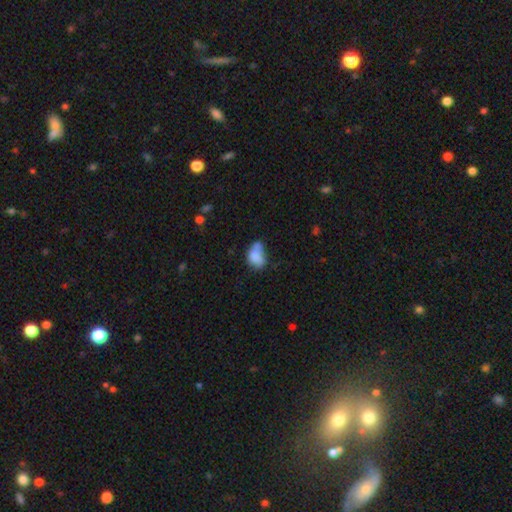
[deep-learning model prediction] smooth-or-featured: smooth: 77% | featured or disk: 13% | star or artifact: 10%
  how-rounded: in between: 74% | round: 24% | cigar-shaped: 1%
  merging: merger: 31% | none: 29% | minor disturbance: 27% | major disturbance: 12%